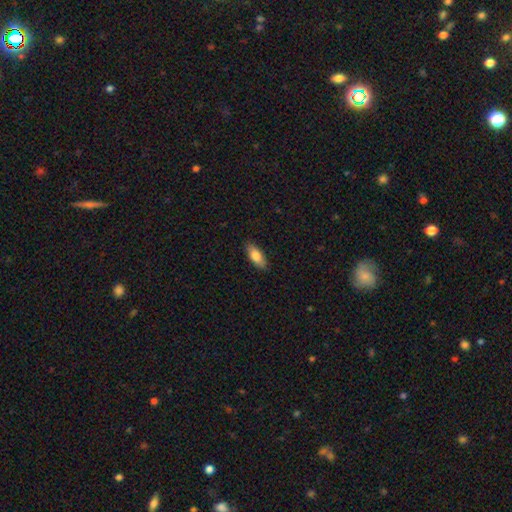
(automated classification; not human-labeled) Smooth or featured: smooth — 82% (featured or disk — 12%)
How rounded: in between — 78% (cigar-shaped — 20%)
Merging: none — 88% (minor disturbance — 9%)